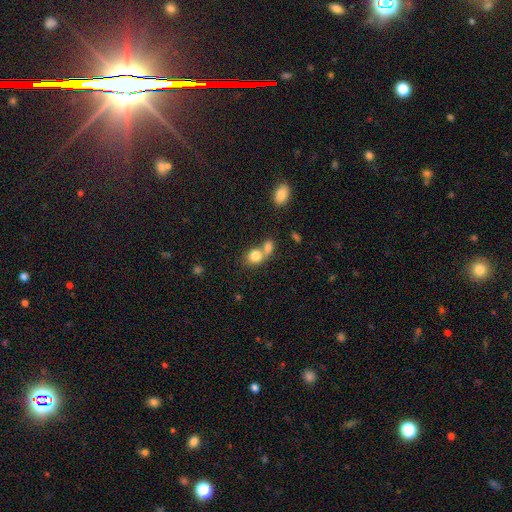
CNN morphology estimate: Smooth or featured? Predicted: smooth (p=0.81). How rounded? Predicted: round (p=0.61). Merging? Predicted: merger (p=0.55).